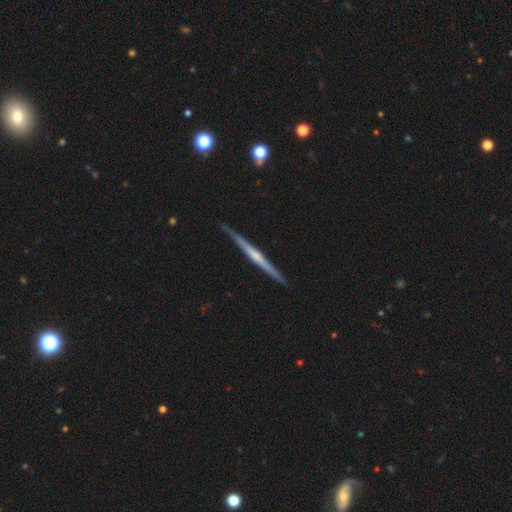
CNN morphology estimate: Smooth or featured? featured or disk (73%)
Edge-on disk? yes (98%)
Edge-on bulge? rounded (46%, tied with none)
Merging? none (88%)